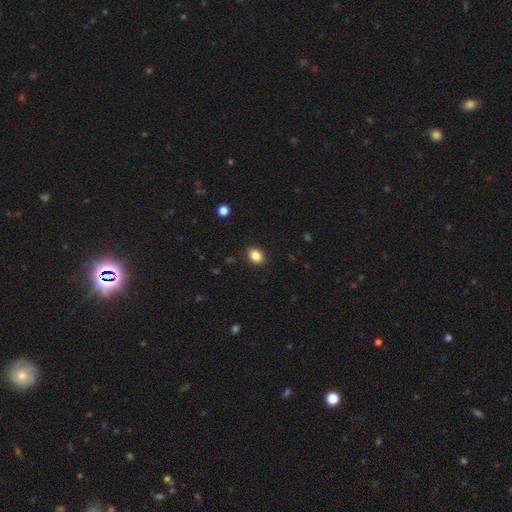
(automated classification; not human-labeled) This is clearly a smooth galaxy (86%). How rounded: likely in between (63%). Merging: clearly none (90%).